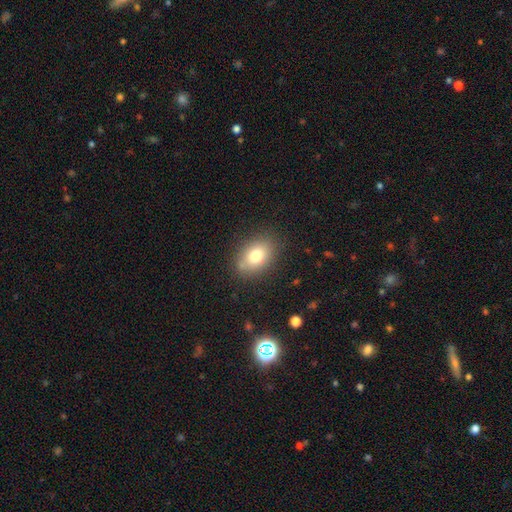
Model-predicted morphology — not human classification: A smooth galaxy with no disk features (76%) that is in between round and cigar-shaped (75%).

Vote fractions:
- Smooth or featured? smooth: 76% / featured or disk: 13% / star or artifact: 10%
- How rounded? in between: 75% / round: 24% / cigar-shaped: 1%
- Merging? none: 81% / minor disturbance: 13% / major disturbance: 4% / merger: 3%